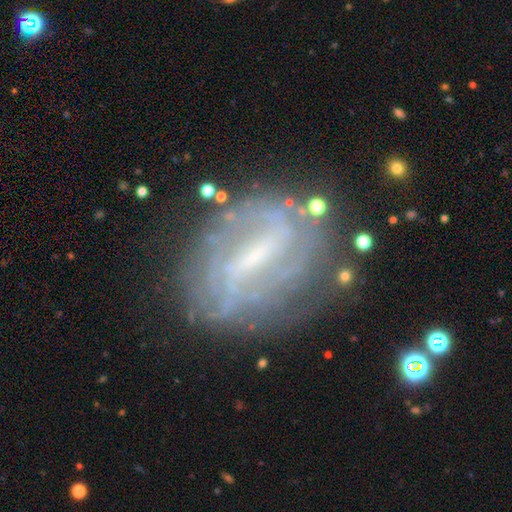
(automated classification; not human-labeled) Smooth or featured: featured or disk — 80% (smooth — 12%)
Edge-on disk: no — 95% (yes — 5%)
Bar: strong — 45% (weak — 42%)
Spiral arms: yes — 81% (no — 19%)
Spiral winding: tight — 43% (medium — 34%)
Spiral arm count: can't tell — 42% (2 — 35%)
Bulge size: small — 49% (none — 25%)
Merging: none — 70% (minor disturbance — 17%)